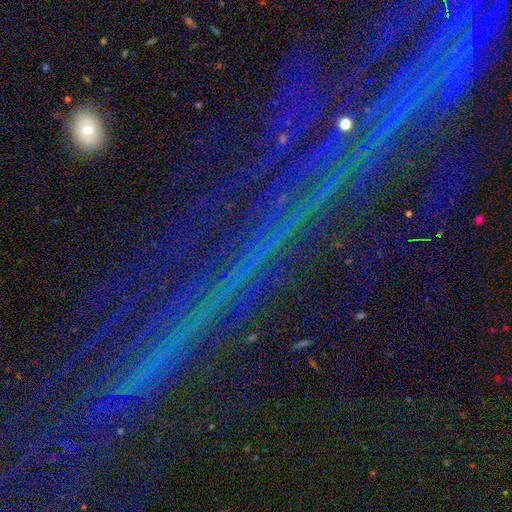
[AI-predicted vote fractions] A star or artifact, not a galaxy (86%).

Vote fractions:
- Smooth or featured? star or artifact: 86% / featured or disk: 8% / smooth: 6%